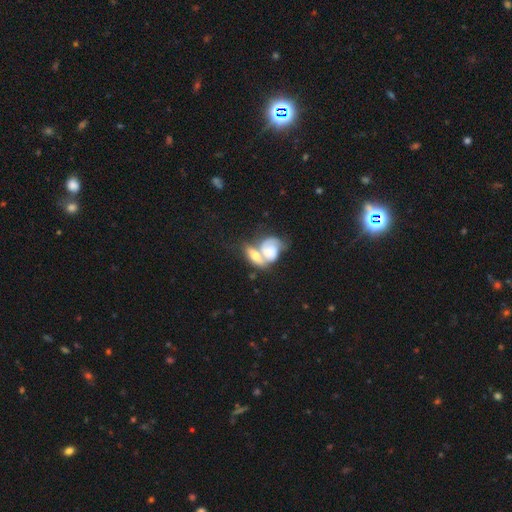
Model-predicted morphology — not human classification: This appears to be a featured or disk galaxy (51%). Merging: merger (68%).